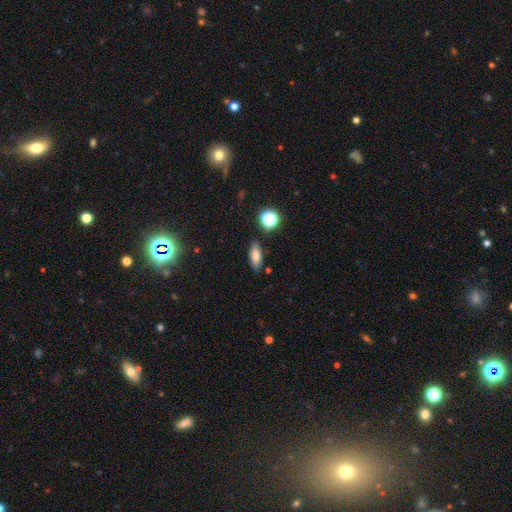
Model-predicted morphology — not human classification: Overall: smooth (78%). How rounded: in between (68%). Merging: none (84%).